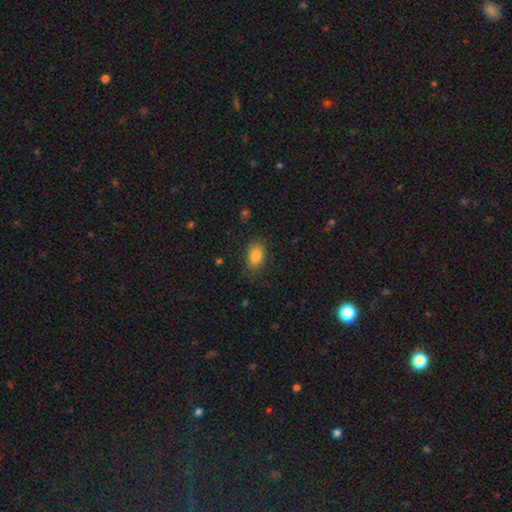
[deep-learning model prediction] A smooth galaxy with no disk features (85%) that is in between round and cigar-shaped (87%).

Vote fractions:
- Smooth or featured? smooth: 85% / star or artifact: 8% / featured or disk: 7%
- How rounded? in between: 87% / round: 11% / cigar-shaped: 2%
- Merging? none: 81% / minor disturbance: 14% / major disturbance: 4% / merger: 1%